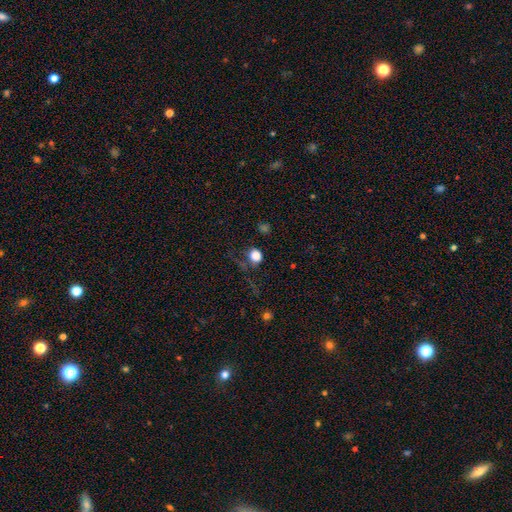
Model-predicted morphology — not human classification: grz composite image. It shows a smooth galaxy with no disk features (76%) that is round (81%). Merging: none (73%).